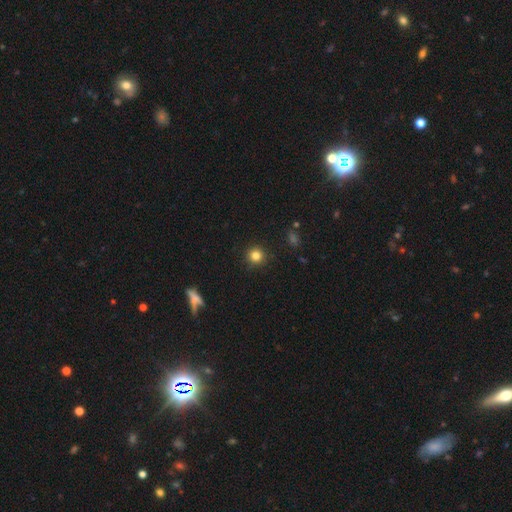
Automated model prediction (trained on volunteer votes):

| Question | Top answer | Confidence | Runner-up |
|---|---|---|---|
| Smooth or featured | smooth | 82% | star or artifact (12%) |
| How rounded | round | 94% | in between (5%) |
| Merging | none | 91% | minor disturbance (6%) |